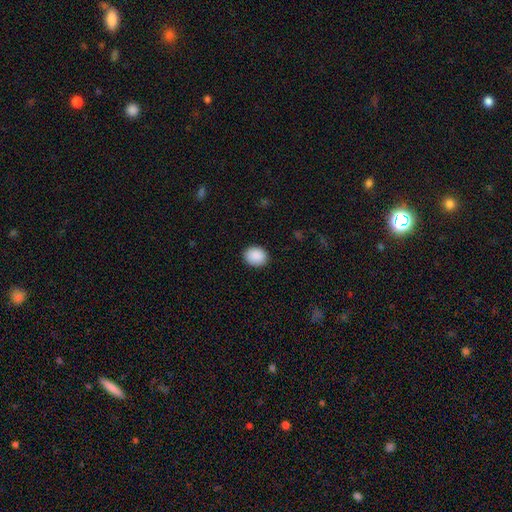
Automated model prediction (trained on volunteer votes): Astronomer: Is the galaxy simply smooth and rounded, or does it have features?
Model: smooth — 90%.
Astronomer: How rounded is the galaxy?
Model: round — 54% (runner-up: in between, 45%).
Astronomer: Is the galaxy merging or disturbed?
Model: none — 90%.